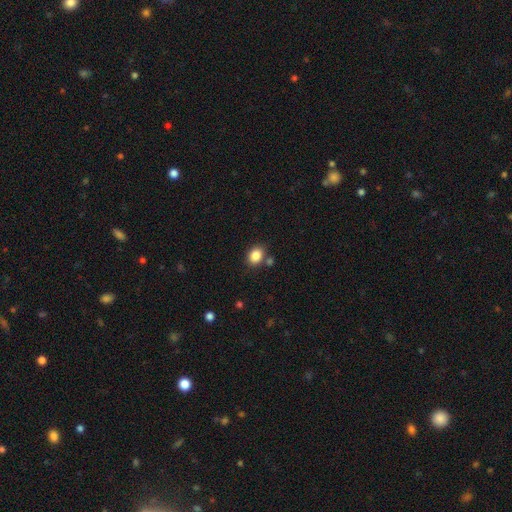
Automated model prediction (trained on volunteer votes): smooth_or_featured: smooth (p=0.85) [alt: star or artifact p=0.10]
how_rounded: in between (p=0.57) [alt: round p=0.42]
merging: none (p=0.75) [alt: minor disturbance p=0.12]